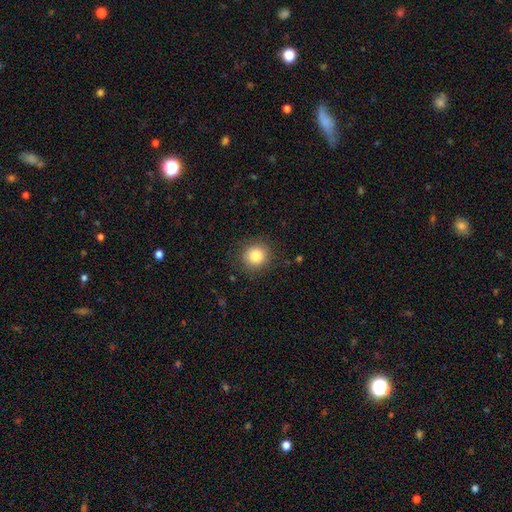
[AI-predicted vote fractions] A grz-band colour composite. It shows a smooth galaxy with no disk features (85%) that is round (89%). Merging: none (88%).